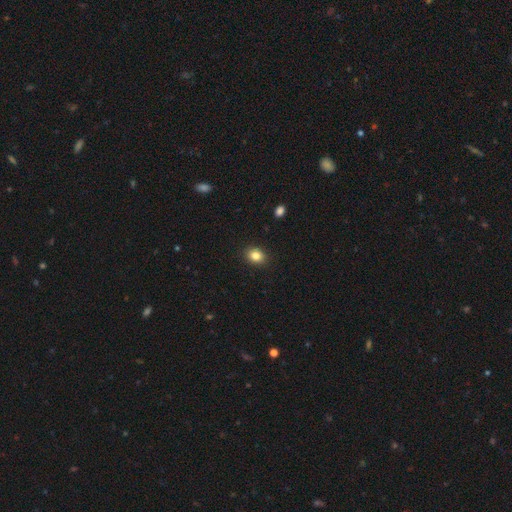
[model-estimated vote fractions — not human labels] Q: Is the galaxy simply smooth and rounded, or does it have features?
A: smooth — 83%.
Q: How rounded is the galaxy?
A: round — 50%.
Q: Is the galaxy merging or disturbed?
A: none — 90%.